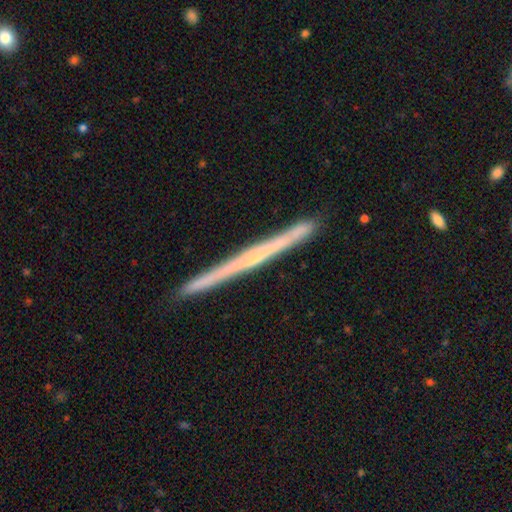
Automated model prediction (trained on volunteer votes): Smooth or featured: featured or disk — 70% (smooth — 24%)
Edge-on disk: yes — 98% (no — 2%)
Edge-on bulge: none — 68% (rounded — 26%)
Merging: none — 91% (minor disturbance — 7%)